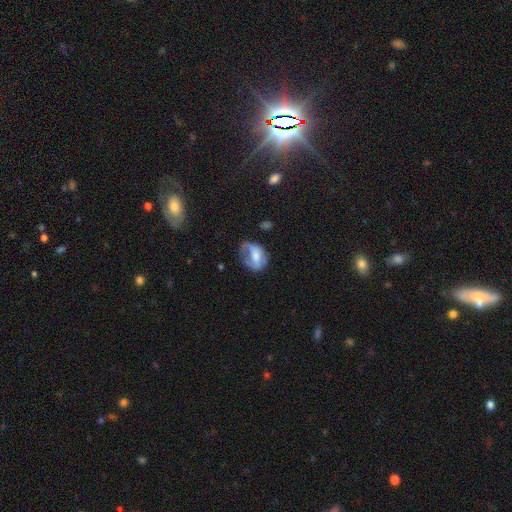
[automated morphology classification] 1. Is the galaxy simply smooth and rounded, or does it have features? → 47% featured or disk, 45% smooth, 8% star or artifact.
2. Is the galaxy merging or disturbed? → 38% none, 30% minor disturbance, 29% major disturbance, 3% merger.